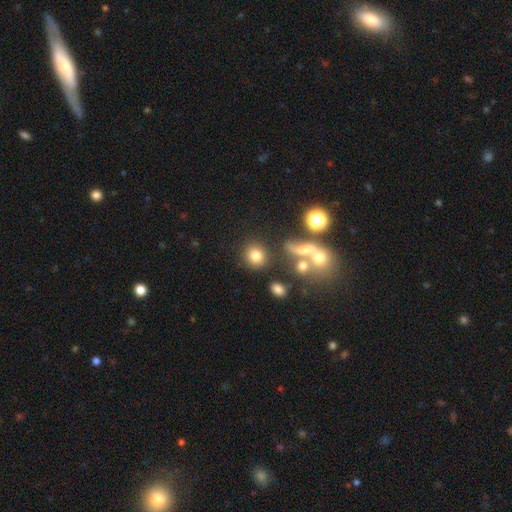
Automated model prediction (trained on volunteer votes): A smooth galaxy with no disk features (77%) that is round (84%).

Vote fractions:
- Smooth or featured? smooth: 77% / star or artifact: 13% / featured or disk: 10%
- How rounded? round: 84% / in between: 14% / cigar-shaped: 2%
- Merging? none: 76% / merger: 9% / minor disturbance: 9% / major disturbance: 5%